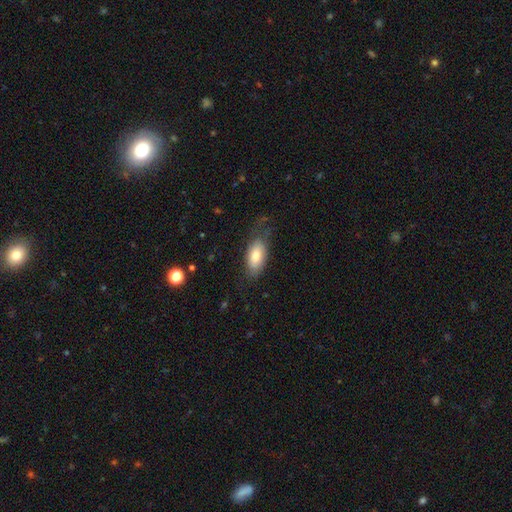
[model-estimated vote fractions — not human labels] Smooth or featured: smooth — 74% (featured or disk — 19%)
How rounded: in between — 89% (cigar-shaped — 9%)
Merging: none — 56% (minor disturbance — 27%)